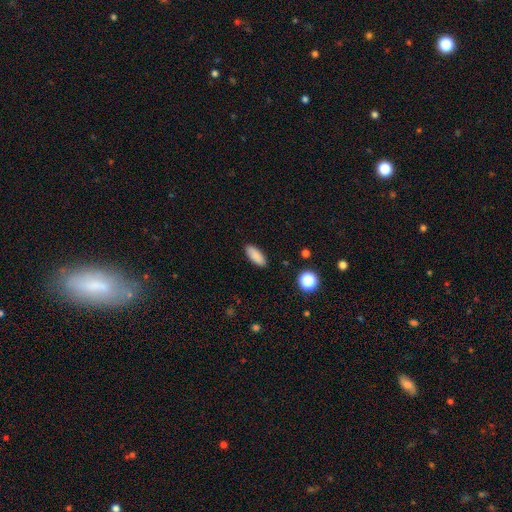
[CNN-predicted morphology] Smooth or featured? Predicted: smooth (p=0.88). How rounded? Predicted: in between (p=0.73). Merging? Predicted: none (p=0.90).